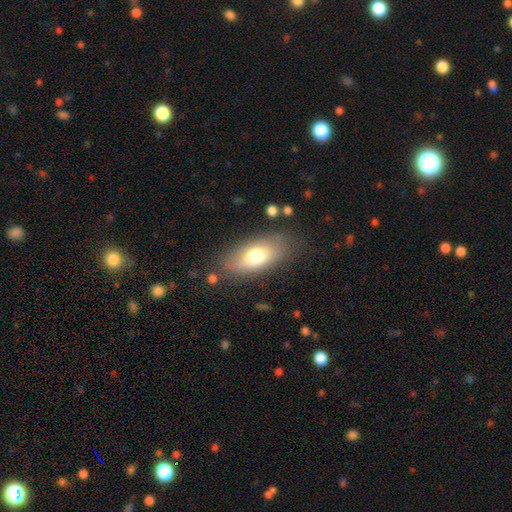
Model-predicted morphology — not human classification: This appears to be a smooth galaxy with no disk features (71%) that is in between round and cigar-shaped (84%). Merging: none (77%).